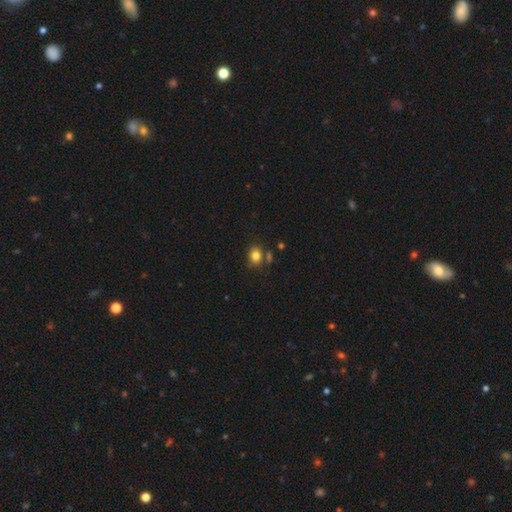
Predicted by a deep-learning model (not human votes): Smooth or featured: smooth — 81% (star or artifact — 12%)
How rounded: round — 57% (in between — 42%)
Merging: none — 72% (minor disturbance — 14%)